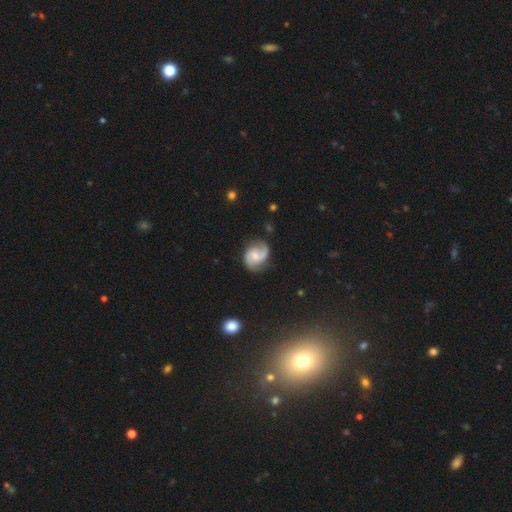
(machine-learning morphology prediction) This is clearly a featured or disk galaxy (81%). It is clearly not viewed edge-on (98%). Bar: possibly no (55%). Spiral arm pattern: clearly yes (96%). Spiral arm count: clearly 2 (87%). Spiral winding: possibly medium (50%). Central bulge: possibly small (47%). Merging: likely none (73%).